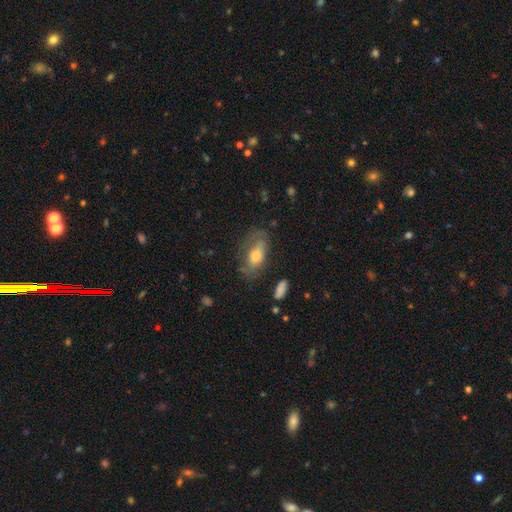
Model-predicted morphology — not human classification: smooth_or_featured: smooth (p=0.52) [alt: featured or disk p=0.40]
how_rounded: in between (p=0.83) [alt: cigar-shaped p=0.11]
merging: none (p=0.60) [alt: minor disturbance p=0.24]